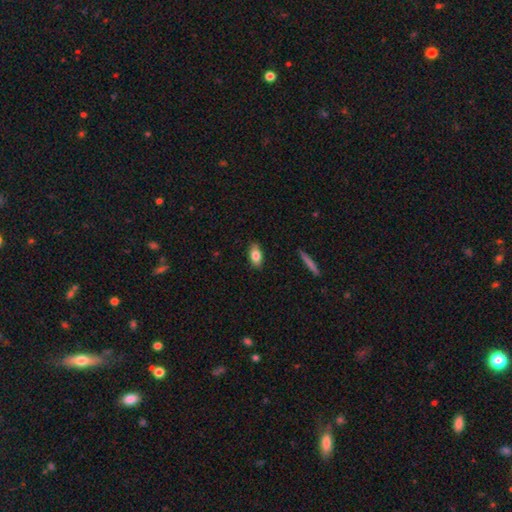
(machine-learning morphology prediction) type=smooth (80%); roundness=in between (87%); merging=none (87%).